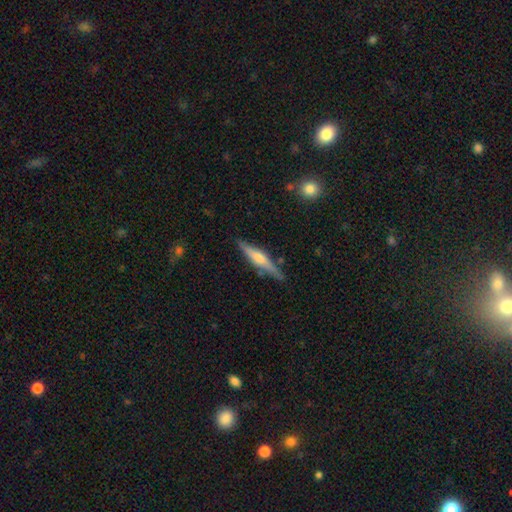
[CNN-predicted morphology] A featured or disk galaxy (68%) viewed edge-on (97%) with a rounded central bulge (79%). Merging: none (86%).